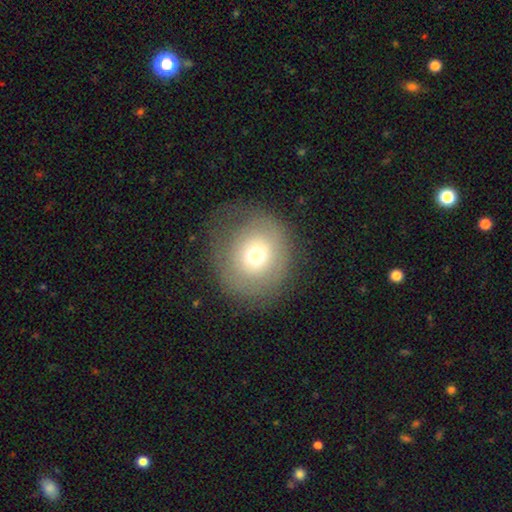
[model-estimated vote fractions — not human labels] smooth_or_featured: smooth (p=0.65) [alt: featured or disk p=0.22]
how_rounded: round (p=0.82) [alt: in between p=0.17]
merging: none (p=0.64) [alt: minor disturbance p=0.19]